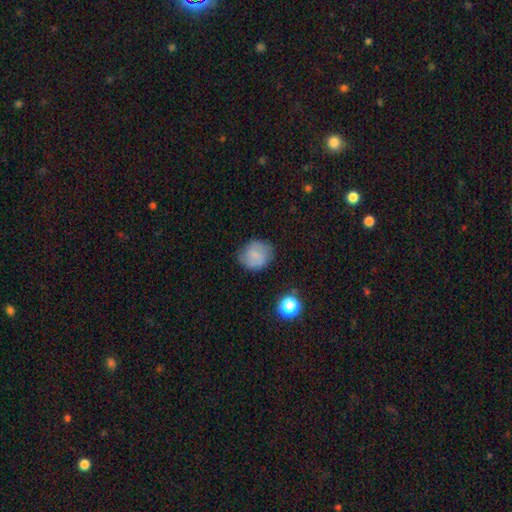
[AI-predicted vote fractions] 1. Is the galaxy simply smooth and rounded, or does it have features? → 72% smooth, 18% featured or disk, 10% star or artifact.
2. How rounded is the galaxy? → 77% round, 22% in between, 1% cigar-shaped.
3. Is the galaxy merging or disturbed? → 73% none, 20% minor disturbance, 5% major disturbance, 2% merger.